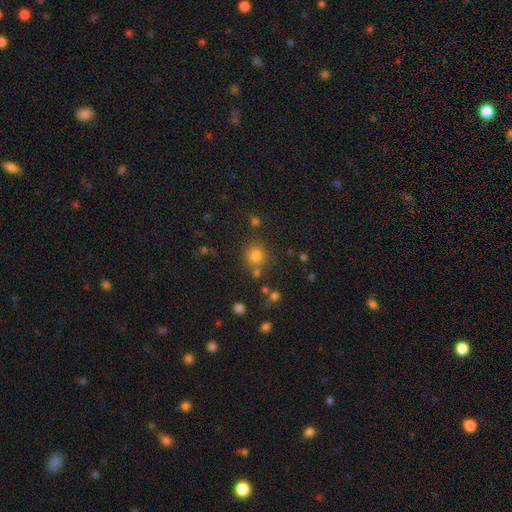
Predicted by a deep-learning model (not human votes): smooth 78%, star or artifact 16%, featured or disk 7%. Down the decision tree: how rounded — round (88%); merging — none (75%).